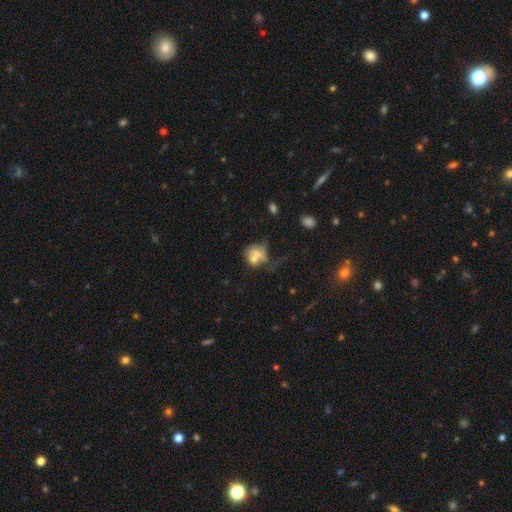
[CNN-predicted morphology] Smooth or featured? smooth (56%)
How rounded? round (56%)
Merging? merger (40%)